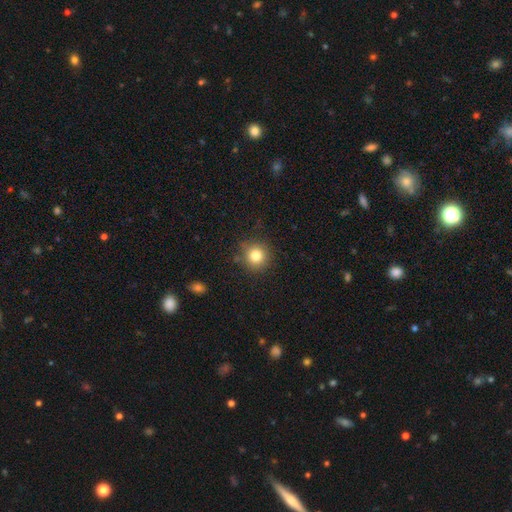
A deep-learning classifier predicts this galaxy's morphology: Q: Smooth or featured?
A: smooth (81%); runner-up: star or artifact (12%)
Q: How rounded?
A: round (93%); runner-up: in between (6%)
Q: Merging?
A: none (85%); runner-up: minor disturbance (10%)